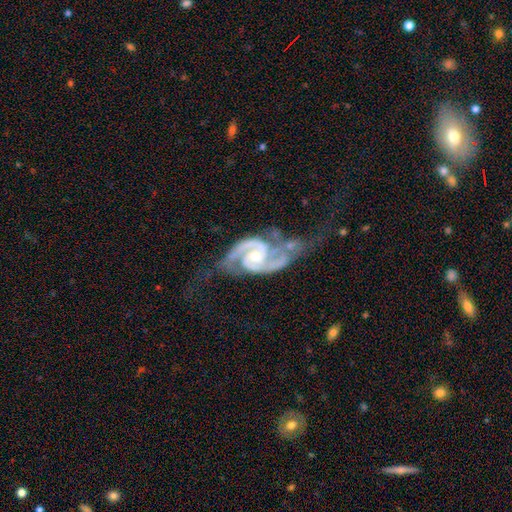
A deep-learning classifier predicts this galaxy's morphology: The model was most divided on "spiral winding": medium: 50%, tight: 41%, loose: 10%. Remaining: spiral arms — yes (99%); edge-on disk — no (98%); smooth or featured — featured or disk (93%); spiral arm count — 2 (90%); bulge size — moderate (55%); bar — no (53%); merging — none (38%).